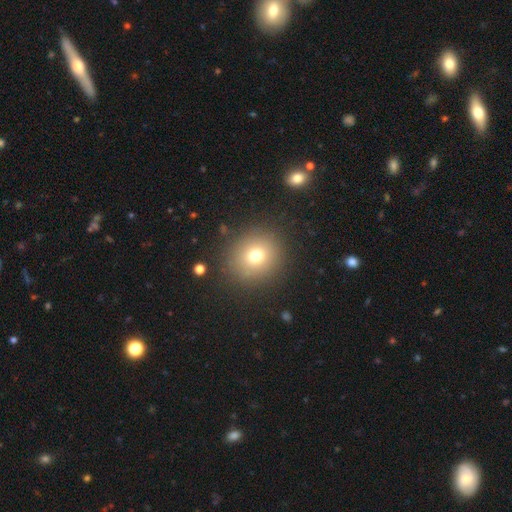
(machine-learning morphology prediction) This is likely a smooth galaxy (72%). How rounded: clearly round (87%). Merging: clearly none (87%).